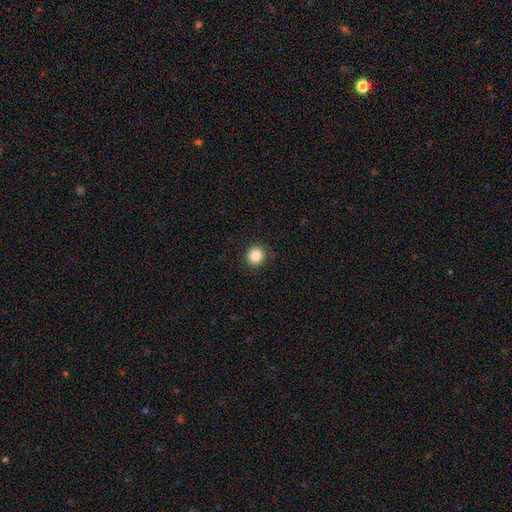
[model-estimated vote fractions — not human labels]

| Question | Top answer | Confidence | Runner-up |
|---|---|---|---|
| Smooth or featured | smooth | 85% | star or artifact (10%) |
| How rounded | round | 89% | in between (10%) |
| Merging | none | 89% | minor disturbance (7%) |